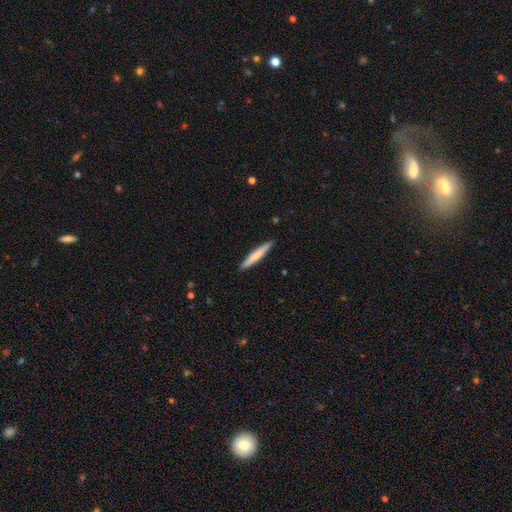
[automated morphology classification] A smooth galaxy with no disk features (72%) that is cigar-shaped (95%).

Vote fractions:
- Smooth or featured? smooth: 72% / featured or disk: 23% / star or artifact: 5%
- How rounded? cigar-shaped: 95% / in between: 4% / round: 1%
- Merging? none: 91% / minor disturbance: 7% / major disturbance: 1% / merger: 1%